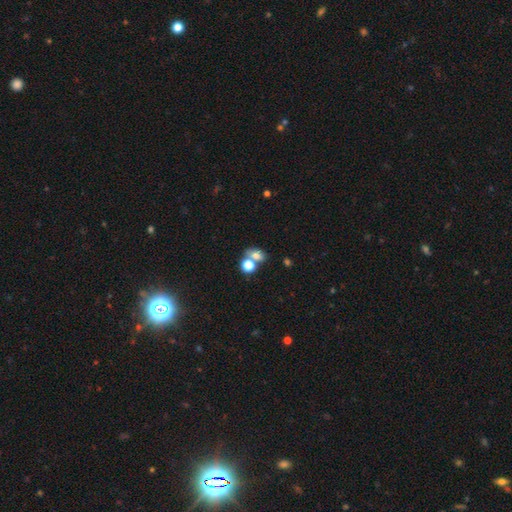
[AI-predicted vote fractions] smooth 73%, star or artifact 15%, featured or disk 13%. Down the decision tree: how rounded — in between (61%); merging — merger (44%).